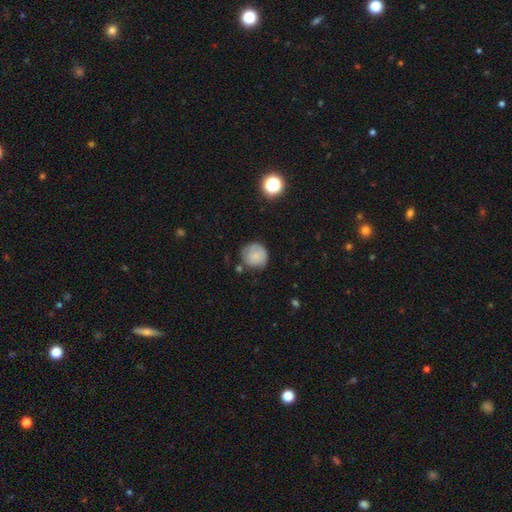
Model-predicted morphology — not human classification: Q: Smooth or featured?
A: smooth (75%); runner-up: featured or disk (16%)
Q: How rounded?
A: round (90%); runner-up: in between (9%)
Q: Merging?
A: none (66%); runner-up: minor disturbance (23%)